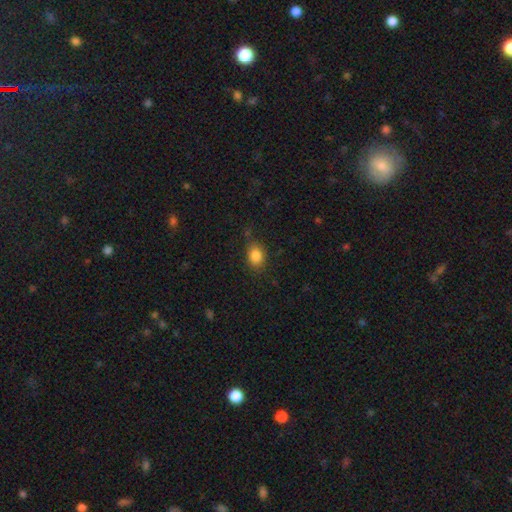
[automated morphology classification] A smooth galaxy with no disk features (84%) that is in between round and cigar-shaped (67%). Merging: none (77%).